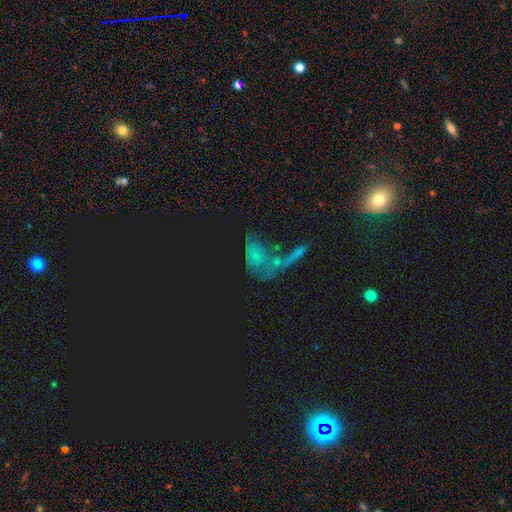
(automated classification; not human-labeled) A star or artifact, not a galaxy (43%).

Vote fractions:
- Smooth or featured? star or artifact: 43% / smooth: 34% / featured or disk: 23%